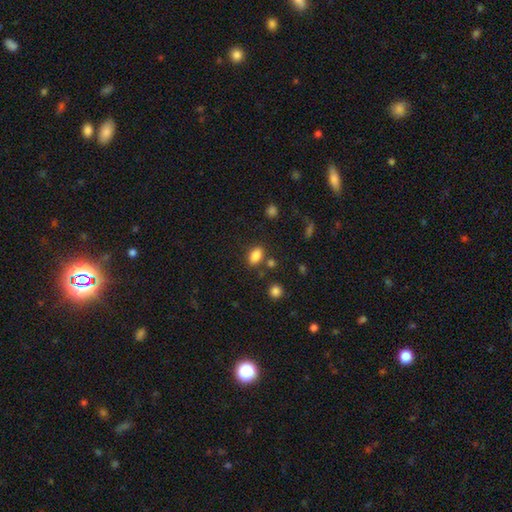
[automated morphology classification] Smooth or featured? Predicted: smooth (p=0.85). How rounded? Predicted: in between (p=0.87). Merging? Predicted: none (p=0.78).